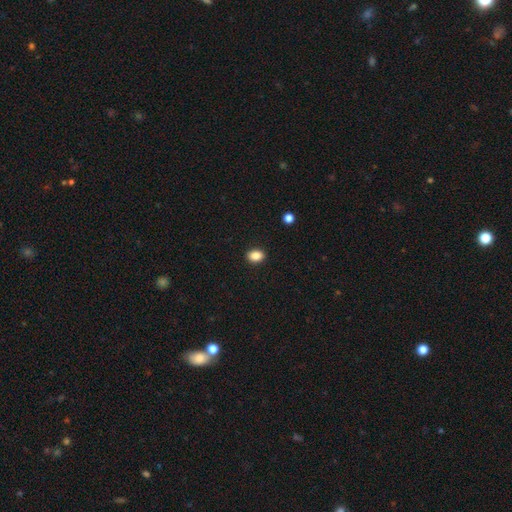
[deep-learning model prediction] A smooth galaxy with no disk features (86%) that is in between round and cigar-shaped (74%). Merging: none (91%).